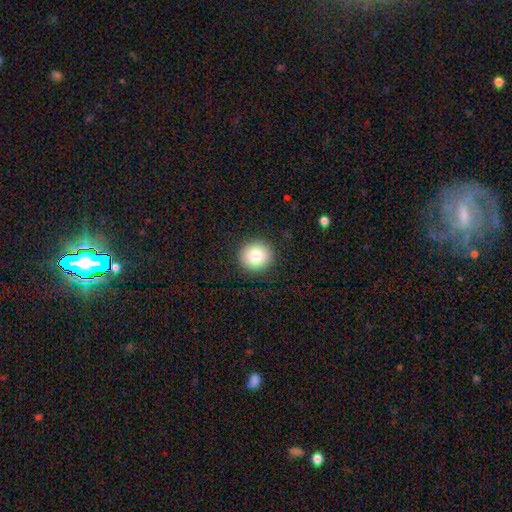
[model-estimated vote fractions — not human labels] A smooth galaxy with no disk features (80%) that is round (93%).

Vote fractions:
- Smooth or featured? smooth: 80% / star or artifact: 10% / featured or disk: 10%
- How rounded? round: 93% / in between: 6% / cigar-shaped: 1%
- Merging? none: 91% / minor disturbance: 6% / major disturbance: 2% / merger: 1%